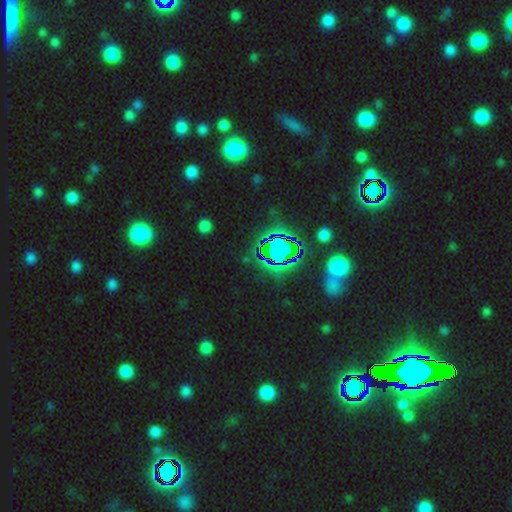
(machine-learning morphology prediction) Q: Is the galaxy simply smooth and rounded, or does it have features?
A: star or artifact — 76%.